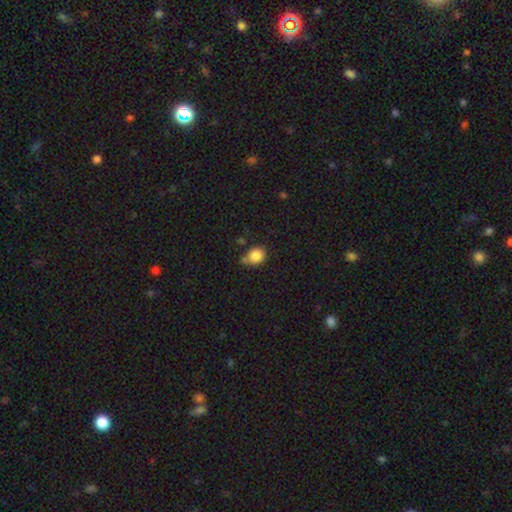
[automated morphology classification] This is clearly a smooth galaxy (84%). How rounded: likely round (72%). Merging: possibly none (53%).